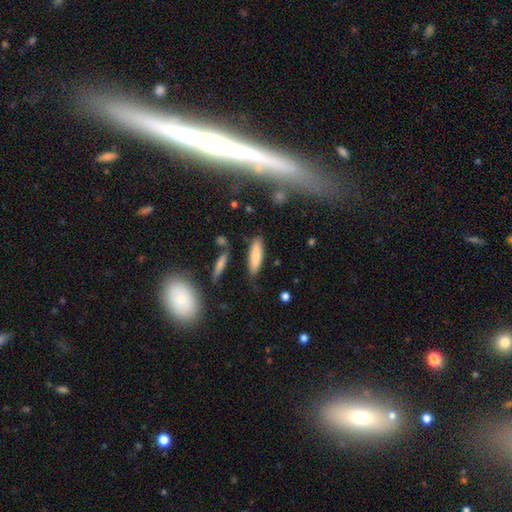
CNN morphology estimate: A smooth galaxy with no disk features (79%) that is cigar-shaped (59%).

Vote fractions:
- Smooth or featured? smooth: 79% / featured or disk: 14% / star or artifact: 7%
- How rounded? cigar-shaped: 59% / in between: 39% / round: 2%
- Merging? none: 79% / minor disturbance: 14% / merger: 4% / major disturbance: 3%